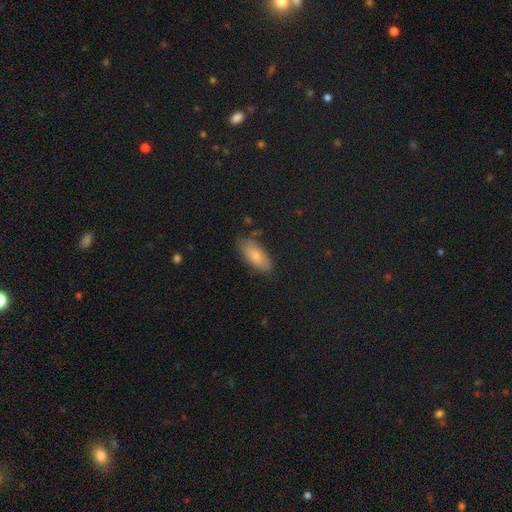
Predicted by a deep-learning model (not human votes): A smooth galaxy with no disk features (78%) that is in between round and cigar-shaped (87%).

Vote fractions:
- Smooth or featured? smooth: 78% / featured or disk: 14% / star or artifact: 8%
- How rounded? in between: 87% / cigar-shaped: 10% / round: 2%
- Merging? none: 77% / minor disturbance: 17% / major disturbance: 3% / merger: 2%